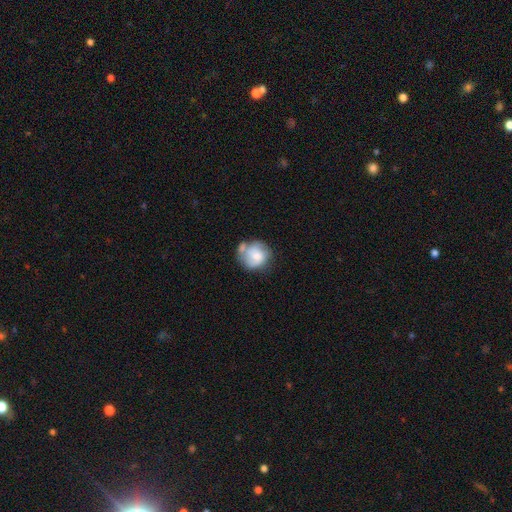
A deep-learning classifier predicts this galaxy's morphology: smooth 58%, featured or disk 35%, star or artifact 7%. Down the decision tree: how rounded — round (81%); merging — none (39%).